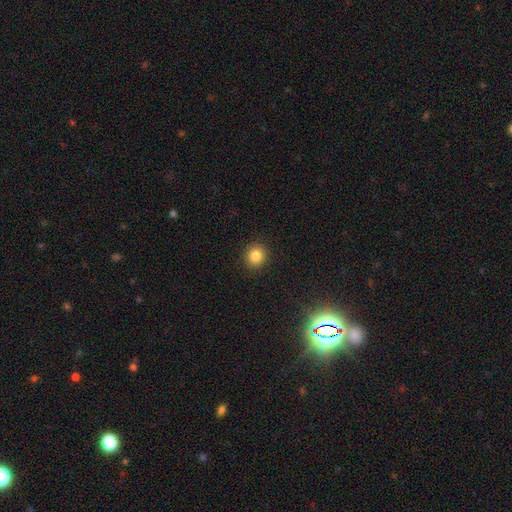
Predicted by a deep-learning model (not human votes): Smooth or featured?
  - smooth: 85% *
  - star or artifact: 10%
  - featured or disk: 4%
How rounded?
  - round: 82% *
  - in between: 17%
  - cigar-shaped: 1%
Merging?
  - none: 91% *
  - minor disturbance: 6%
  - major disturbance: 2%
  - merger: 1%